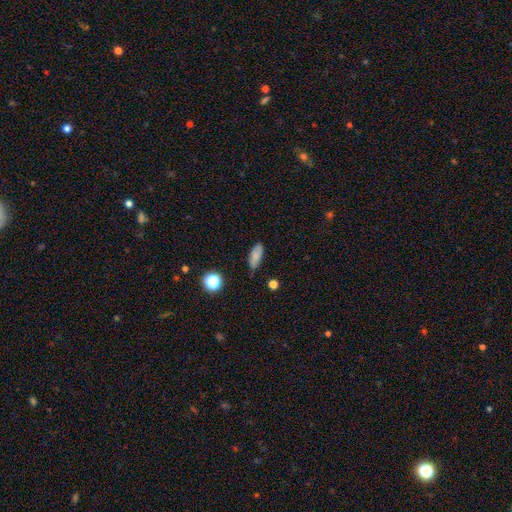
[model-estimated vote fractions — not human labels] Smooth or featured? Predicted: smooth (p=0.80). How rounded? Predicted: in between (p=0.76). Merging? Predicted: none (p=0.77).